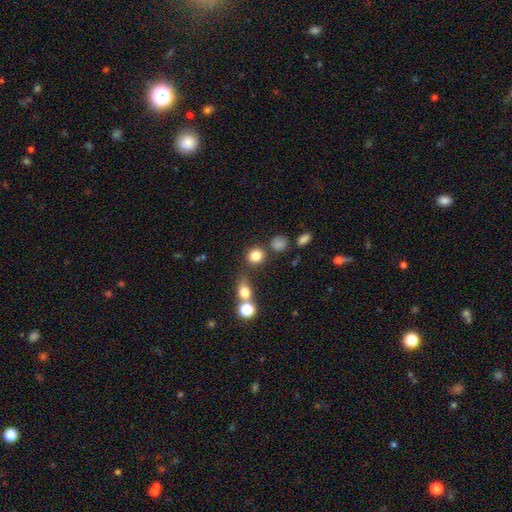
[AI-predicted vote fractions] Q: Smooth or featured?
A: smooth (81%); runner-up: star or artifact (13%)
Q: How rounded?
A: round (82%); runner-up: in between (17%)
Q: Merging?
A: none (68%); runner-up: merger (15%)